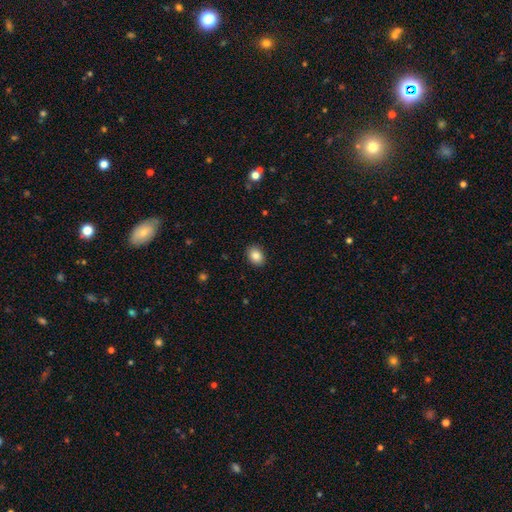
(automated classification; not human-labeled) The model was most divided on "how rounded": in between: 65%, round: 34%, cigar-shaped: 1%. More confident: merging — none (90%); smooth or featured — smooth (86%).